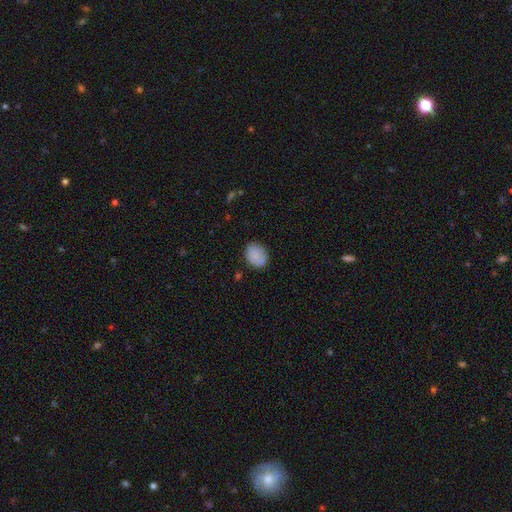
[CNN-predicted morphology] smooth_or_featured: smooth (p=0.86) [alt: star or artifact p=0.08]
how_rounded: in between (p=0.54) [alt: round p=0.46]
merging: none (p=0.81) [alt: minor disturbance p=0.14]